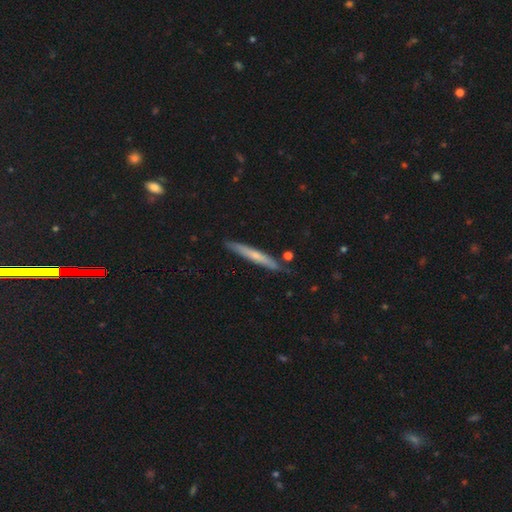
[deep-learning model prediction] Smooth or featured?
  - smooth: 48% *
  - featured or disk: 46%
  - star or artifact: 6%
Merging?
  - none: 84% *
  - minor disturbance: 12%
  - merger: 2%
  - major disturbance: 2%